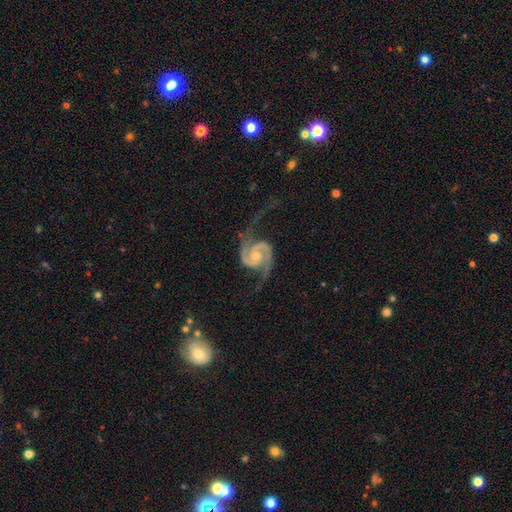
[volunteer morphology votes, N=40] Overall: featured or disk (90%). Edge-on disk: no (100%). Bar: no (69%). Spiral arms: yes (100%). Spiral arm count: 2 (94%). Spiral winding: medium (44%; tight 31%). Bulge size: moderate (67%; small 31%). Merging: none (58%; minor disturbance 24%).